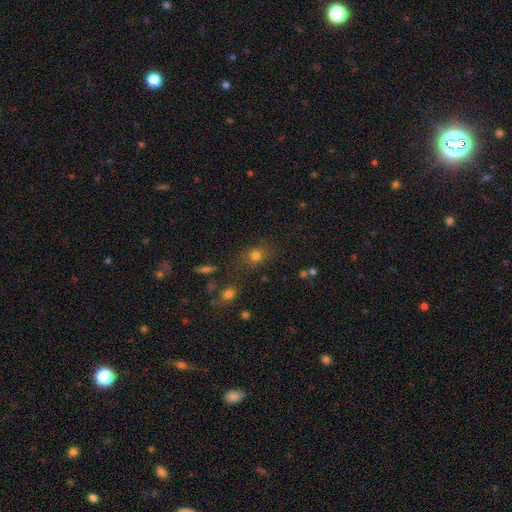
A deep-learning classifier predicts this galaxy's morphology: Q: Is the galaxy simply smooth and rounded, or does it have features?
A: smooth — 75%.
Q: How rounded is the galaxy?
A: round — 62%.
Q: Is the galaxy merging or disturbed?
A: none — 72%.